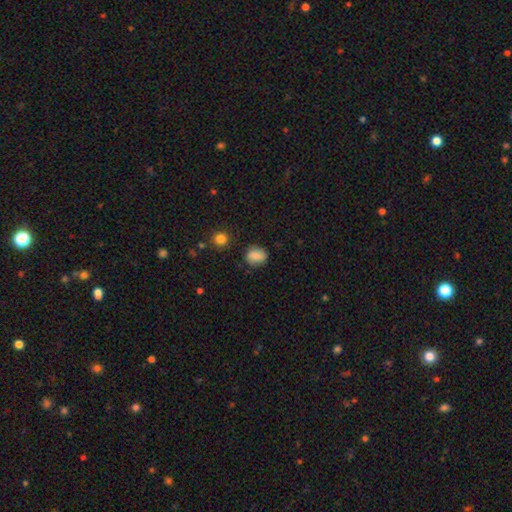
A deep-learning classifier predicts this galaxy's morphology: smooth-or-featured: smooth: 79% | featured or disk: 11% | star or artifact: 10%
  how-rounded: round: 55% | in between: 44% | cigar-shaped: 1%
  merging: none: 72% | minor disturbance: 20% | major disturbance: 6% | merger: 2%